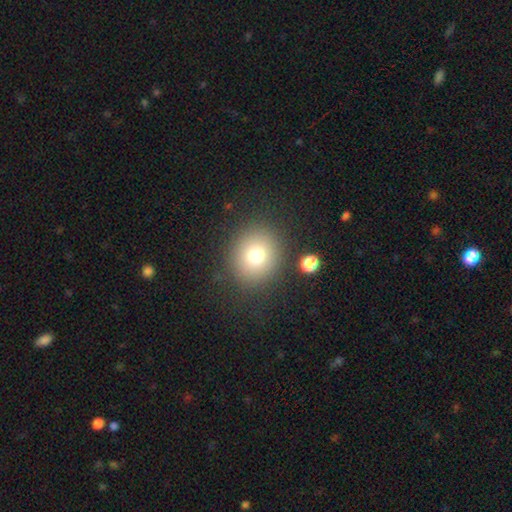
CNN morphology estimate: This is likely a smooth galaxy (74%). How rounded: likely round (80%). Merging: clearly none (85%).